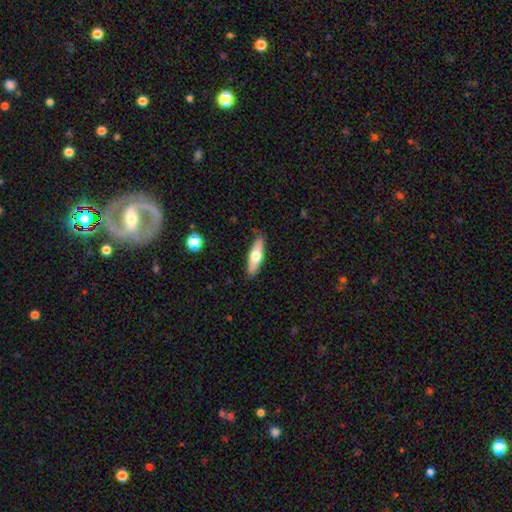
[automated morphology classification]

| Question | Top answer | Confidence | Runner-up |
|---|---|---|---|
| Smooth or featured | smooth | 56% | featured or disk (38%) |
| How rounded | cigar-shaped | 57% | in between (41%) |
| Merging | none | 86% | minor disturbance (11%) |